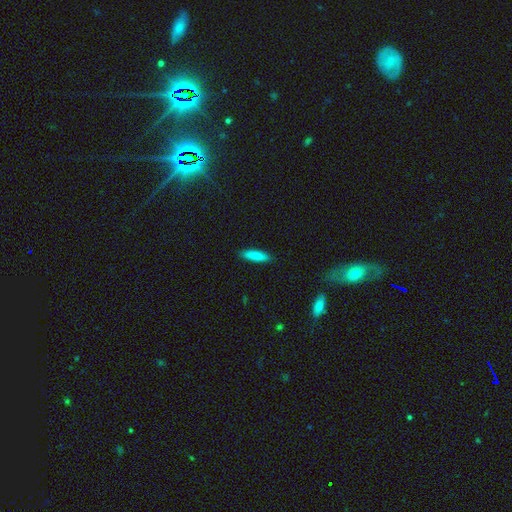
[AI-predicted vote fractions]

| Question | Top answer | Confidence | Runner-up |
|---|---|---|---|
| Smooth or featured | smooth | 85% | featured or disk (9%) |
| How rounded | cigar-shaped | 73% | in between (25%) |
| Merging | none | 89% | minor disturbance (8%) |